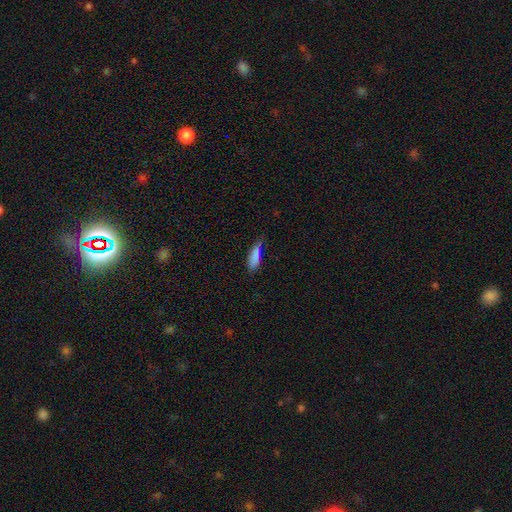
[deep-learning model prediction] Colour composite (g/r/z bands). It shows a smooth galaxy with no disk features (82%) that is cigar-shaped (55%). Merging: none (45%).